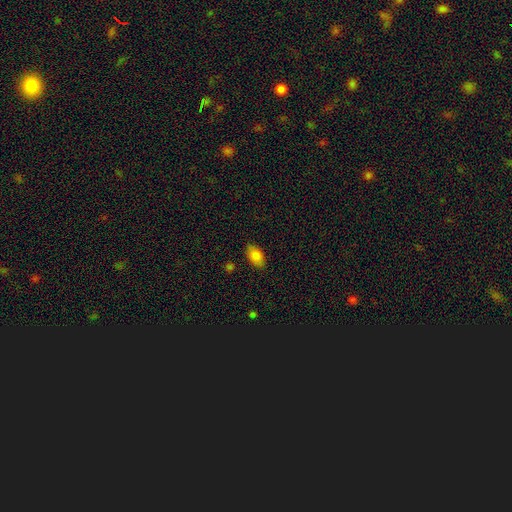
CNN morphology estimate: smooth-or-featured: smooth: 84% | star or artifact: 8% | featured or disk: 8%
  how-rounded: in between: 91% | round: 7% | cigar-shaped: 2%
  merging: none: 85% | minor disturbance: 11% | major disturbance: 2% | merger: 1%